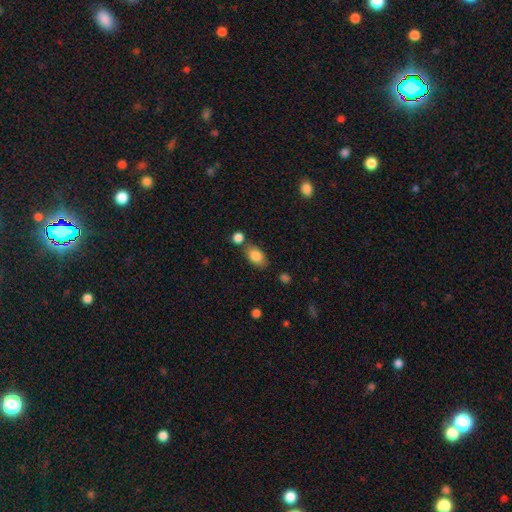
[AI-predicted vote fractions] Smooth or featured: smooth — 84% (featured or disk — 9%)
How rounded: in between — 86% (round — 11%)
Merging: none — 67% (minor disturbance — 15%)